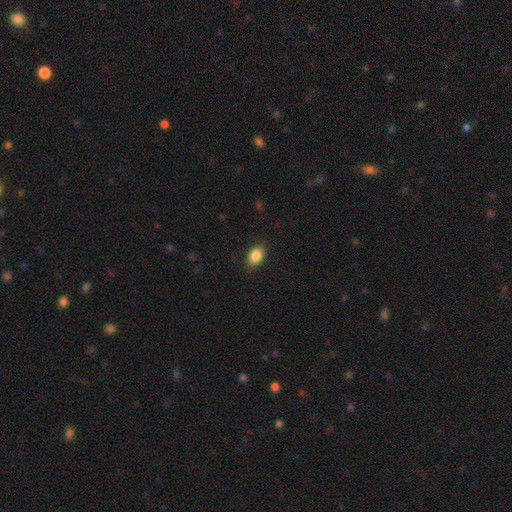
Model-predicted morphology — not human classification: Smooth or featured? smooth (88%)
How rounded? in between (86%)
Merging? none (84%)